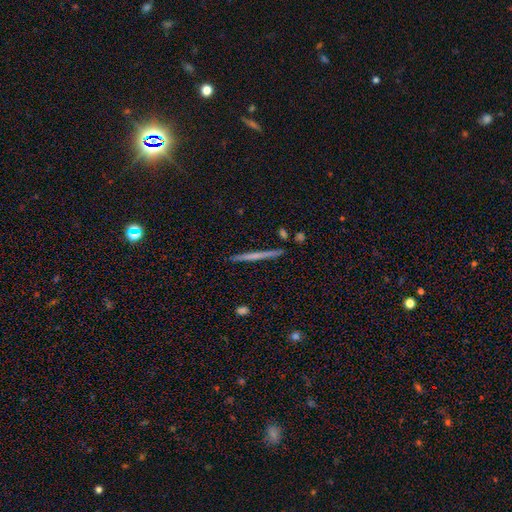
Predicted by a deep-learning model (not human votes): featured or disk 47%, smooth 46%, star or artifact 7%. Down the decision tree: merging — none (91%).